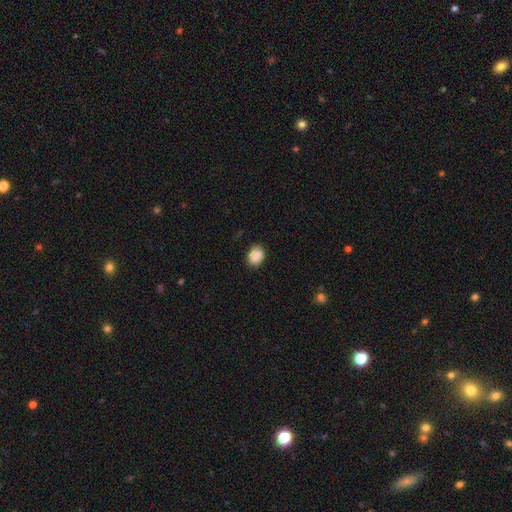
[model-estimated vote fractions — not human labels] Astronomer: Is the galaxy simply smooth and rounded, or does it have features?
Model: smooth — 88%.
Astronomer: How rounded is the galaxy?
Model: round — 52% (runner-up: in between, 47%).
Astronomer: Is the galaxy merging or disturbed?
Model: none — 84%.